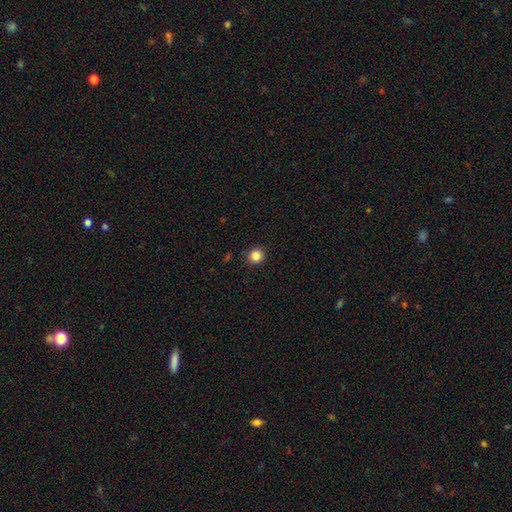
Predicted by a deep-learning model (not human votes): Smooth or featured? smooth (85%)
How rounded? round (88%)
Merging? none (90%)